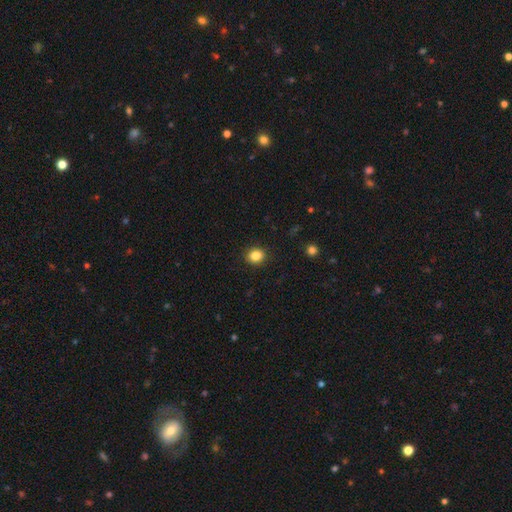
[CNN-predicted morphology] smooth-or-featured: smooth: 84% | star or artifact: 11% | featured or disk: 5%
  how-rounded: round: 74% | in between: 25% | cigar-shaped: 1%
  merging: none: 91% | minor disturbance: 7% | major disturbance: 2% | merger: 1%